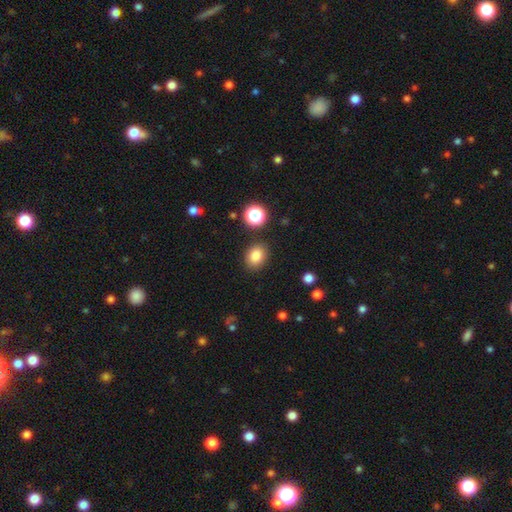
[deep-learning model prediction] The model was most divided on "how rounded": in between: 55%, round: 44%, cigar-shaped: 1%. More confident: merging — none (86%); smooth or featured — smooth (83%).